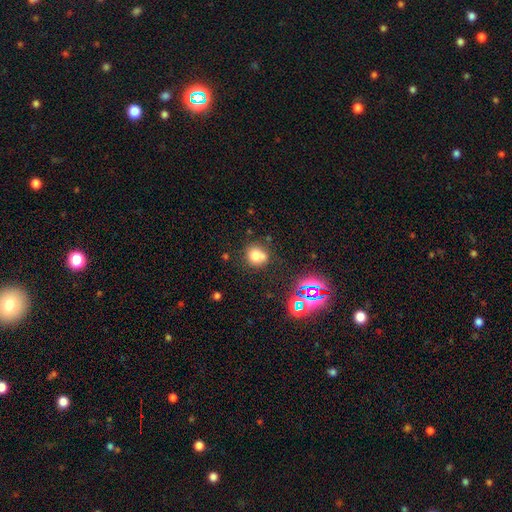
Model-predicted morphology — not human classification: smooth 72%, star or artifact 17%, featured or disk 11%. Down the decision tree: how rounded — round (73%); merging — none (59%).